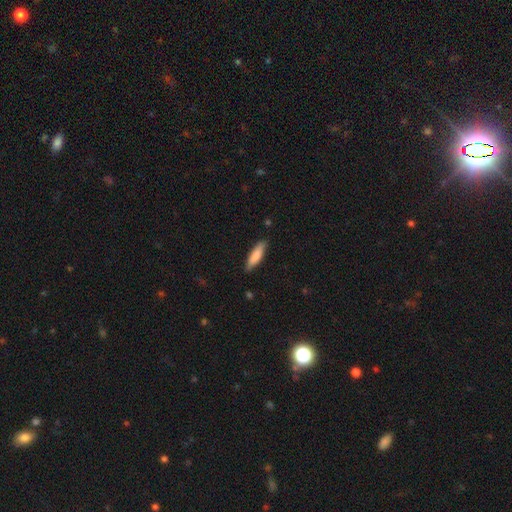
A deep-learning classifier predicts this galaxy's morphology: A smooth galaxy with no disk features (82%) that is cigar-shaped (66%). Merging: none (85%).